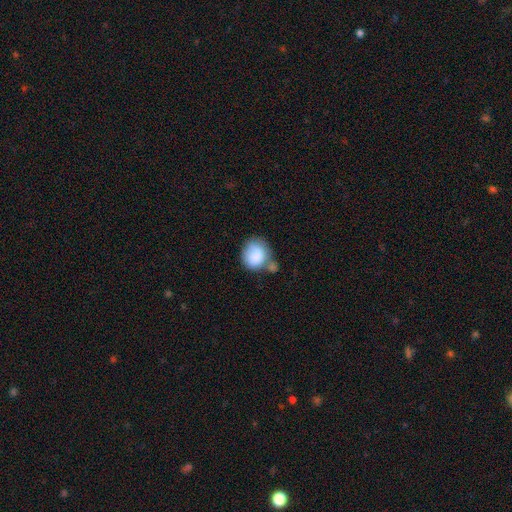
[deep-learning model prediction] smooth 83%, featured or disk 10%, star or artifact 7%. Down the decision tree: how rounded — round (64%); merging — none (34%).